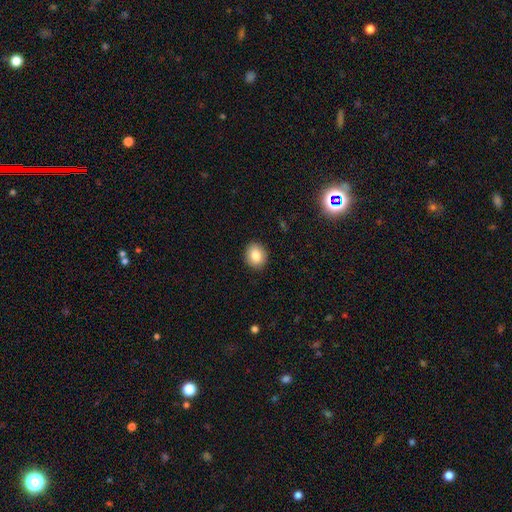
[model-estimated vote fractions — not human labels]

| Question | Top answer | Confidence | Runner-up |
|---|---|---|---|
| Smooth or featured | smooth | 83% | star or artifact (9%) |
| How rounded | round | 67% | in between (32%) |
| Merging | none | 91% | minor disturbance (6%) |